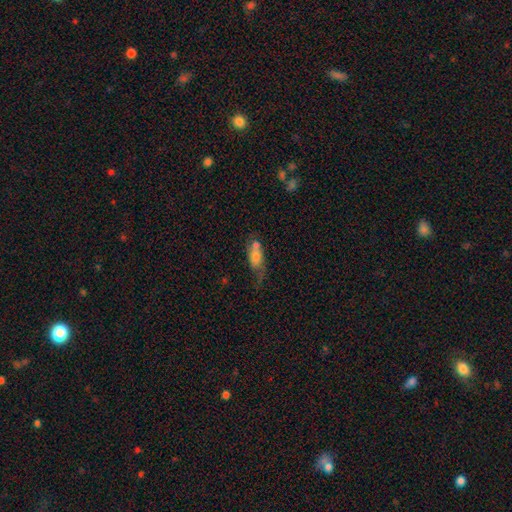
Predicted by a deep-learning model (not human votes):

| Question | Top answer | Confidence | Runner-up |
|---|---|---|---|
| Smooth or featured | smooth | 57% | featured or disk (32%) |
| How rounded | in between | 69% | cigar-shaped (24%) |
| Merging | none | 37% | merger (27%) |